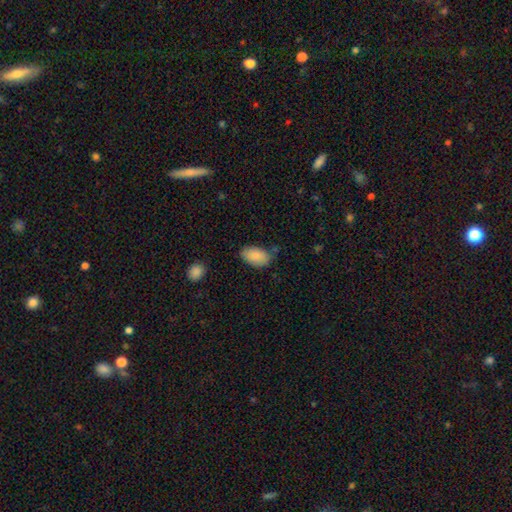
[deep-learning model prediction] A smooth galaxy with no disk features (88%) that is in between round and cigar-shaped (94%).

Vote fractions:
- Smooth or featured? smooth: 88% / star or artifact: 6% / featured or disk: 5%
- How rounded? in between: 94% / round: 5% / cigar-shaped: 1%
- Merging? none: 70% / minor disturbance: 22% / major disturbance: 5% / merger: 3%